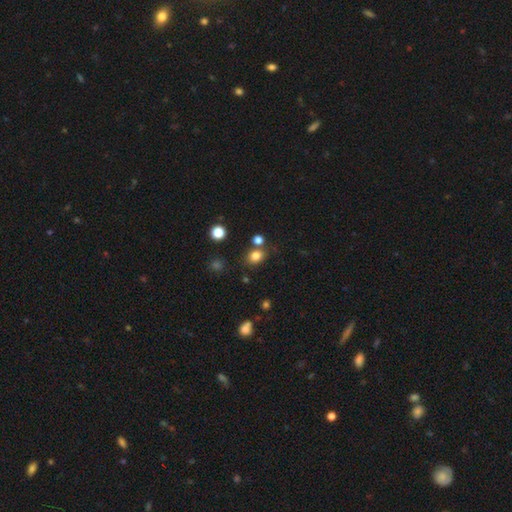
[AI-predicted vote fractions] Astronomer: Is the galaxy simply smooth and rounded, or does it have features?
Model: smooth — 80%.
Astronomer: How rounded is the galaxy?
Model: in between — 53% (runner-up: round, 46%).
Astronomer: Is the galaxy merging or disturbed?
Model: none — 74%.